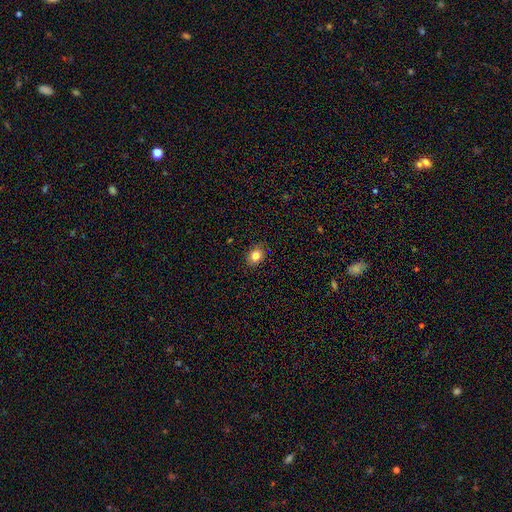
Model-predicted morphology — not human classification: smooth-or-featured: smooth: 67% | star or artifact: 25% | featured or disk: 8%
  how-rounded: in between: 55% | round: 43% | cigar-shaped: 2%
  merging: none: 86% | minor disturbance: 9% | major disturbance: 3% | merger: 2%